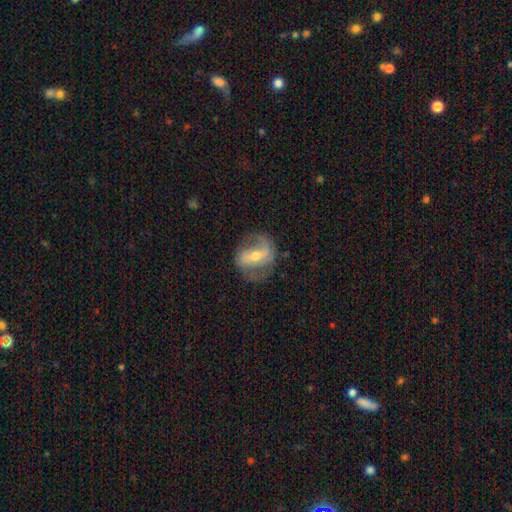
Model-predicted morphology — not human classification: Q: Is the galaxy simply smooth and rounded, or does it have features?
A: featured or disk — 77%.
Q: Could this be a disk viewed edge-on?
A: no — 95%.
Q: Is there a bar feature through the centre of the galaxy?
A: strong — 46%.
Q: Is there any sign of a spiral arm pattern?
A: yes — 84%.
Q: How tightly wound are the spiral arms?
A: medium — 41%, tied with loose.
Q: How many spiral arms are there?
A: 2 — 79%.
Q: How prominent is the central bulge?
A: moderate — 51%.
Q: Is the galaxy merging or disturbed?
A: none — 69%.